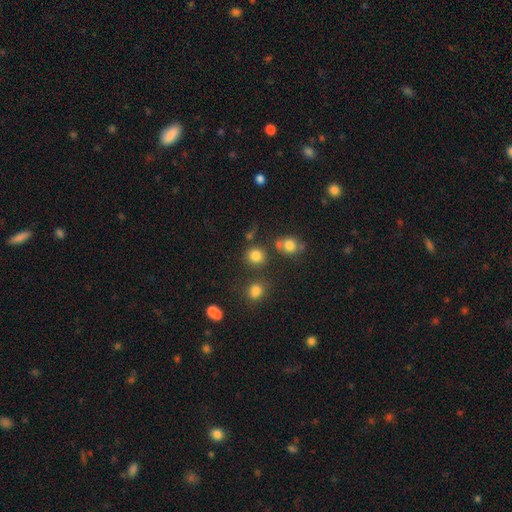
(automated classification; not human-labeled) smooth_or_featured: smooth (p=0.79) [alt: star or artifact p=0.15]
how_rounded: round (p=0.88) [alt: in between p=0.11]
merging: none (p=0.76) [alt: merger p=0.10]